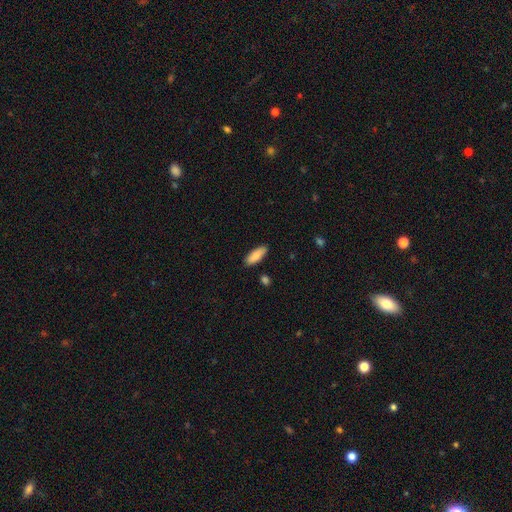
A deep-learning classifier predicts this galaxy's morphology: Smooth or featured? smooth (85%)
How rounded? in between (70%)
Merging? none (87%)